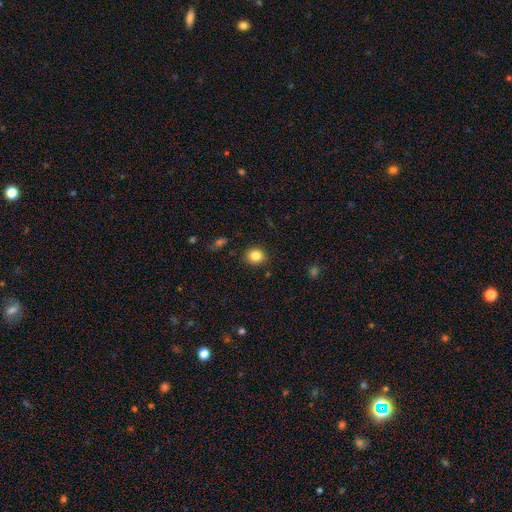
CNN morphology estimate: smooth-or-featured: smooth: 84% | star or artifact: 10% | featured or disk: 6%
  how-rounded: round: 82% | in between: 17% | cigar-shaped: 1%
  merging: none: 89% | minor disturbance: 8% | major disturbance: 2% | merger: 1%